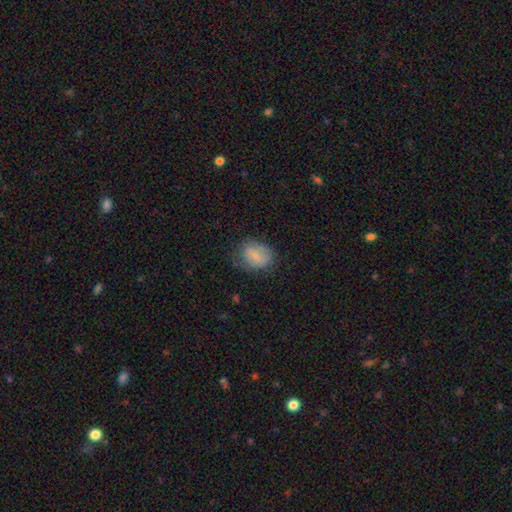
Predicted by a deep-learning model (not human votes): smooth_or_featured: smooth (p=0.76) [alt: featured or disk p=0.16]
how_rounded: in between (p=0.62) [alt: round p=0.37]
merging: none (p=0.65) [alt: minor disturbance p=0.25]